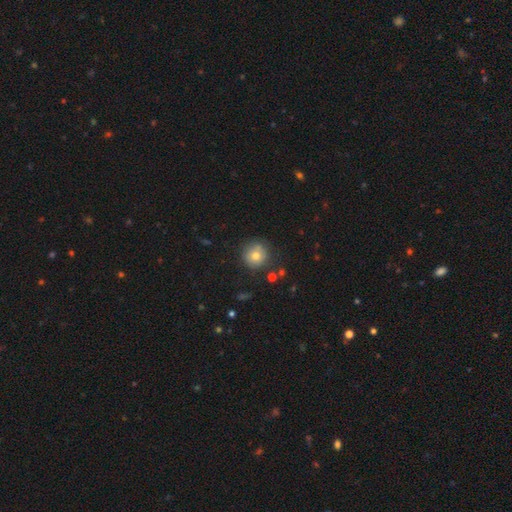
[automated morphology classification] smooth 76%, featured or disk 13%, star or artifact 12%. Down the decision tree: how rounded — round (93%); merging — none (80%).